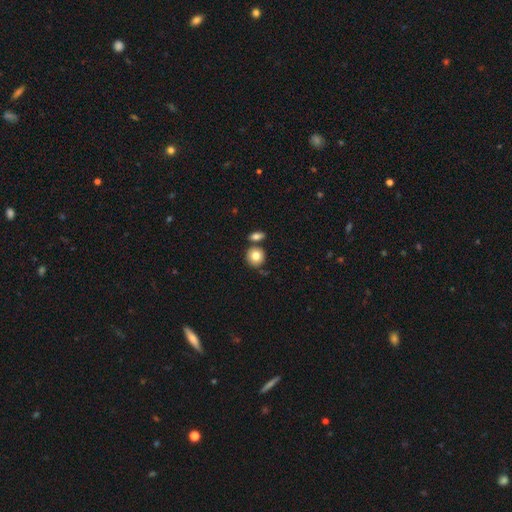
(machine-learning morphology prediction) Q: Smooth or featured?
A: smooth (79%); runner-up: featured or disk (12%)
Q: How rounded?
A: round (86%); runner-up: in between (13%)
Q: Merging?
A: none (69%); runner-up: merger (17%)